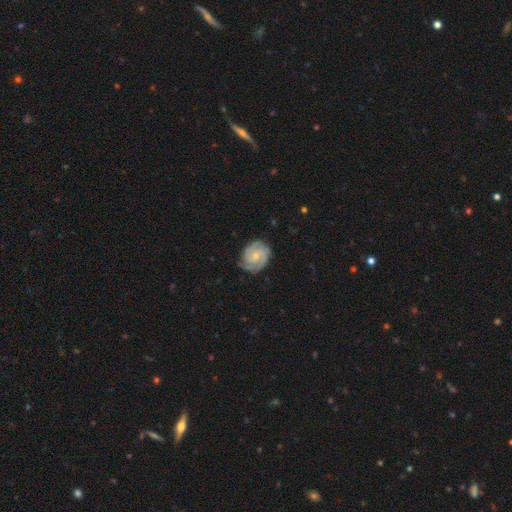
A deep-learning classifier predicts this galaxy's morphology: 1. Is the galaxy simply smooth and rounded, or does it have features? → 88% featured or disk, 8% smooth, 4% star or artifact.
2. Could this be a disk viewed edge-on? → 98% no, 2% yes.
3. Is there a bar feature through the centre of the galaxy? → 58% no, 35% weak, 6% strong.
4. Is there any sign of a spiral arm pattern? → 98% yes, 2% no.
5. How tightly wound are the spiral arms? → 67% tight, 30% medium, 4% loose.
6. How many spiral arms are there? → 51% 2, 31% 3, 8% can't tell, 4% 4, 3% 1, 3% more than 4.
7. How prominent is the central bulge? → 63% small, 28% moderate, 6% none, 1% large, 1% dominant.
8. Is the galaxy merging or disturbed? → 78% none, 17% minor disturbance, 4% major disturbance, 1% merger.